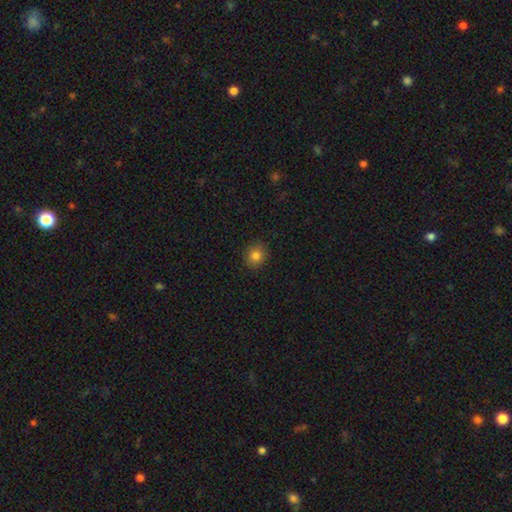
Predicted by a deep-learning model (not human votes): Morphology: type=smooth (82%); roundness=round (82%); merging=none (89%).